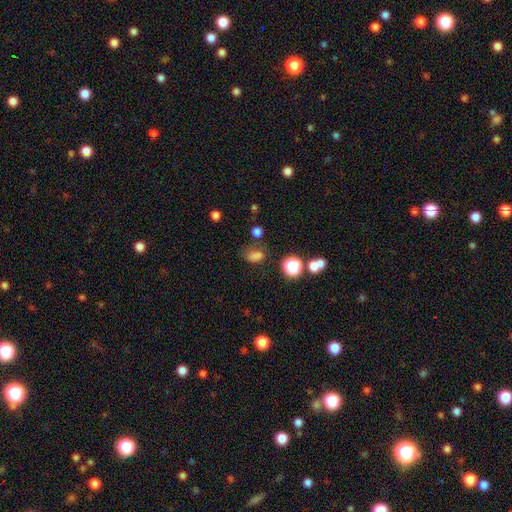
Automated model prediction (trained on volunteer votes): A smooth galaxy with no disk features (73%) that is in between round and cigar-shaped (72%).

Vote fractions:
- Smooth or featured? smooth: 73% / star or artifact: 19% / featured or disk: 7%
- How rounded? in between: 72% / round: 27% / cigar-shaped: 2%
- Merging? none: 59% / minor disturbance: 23% / major disturbance: 11% / merger: 8%